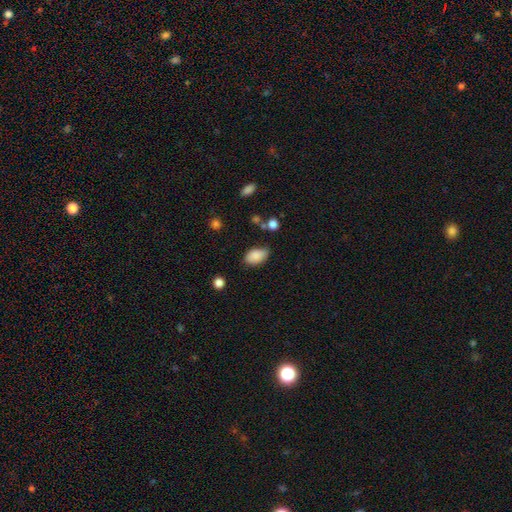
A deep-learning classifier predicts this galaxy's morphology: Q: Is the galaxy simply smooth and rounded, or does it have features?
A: smooth — 87%.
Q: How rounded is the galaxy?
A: in between — 91%.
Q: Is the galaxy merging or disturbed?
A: none — 72%.